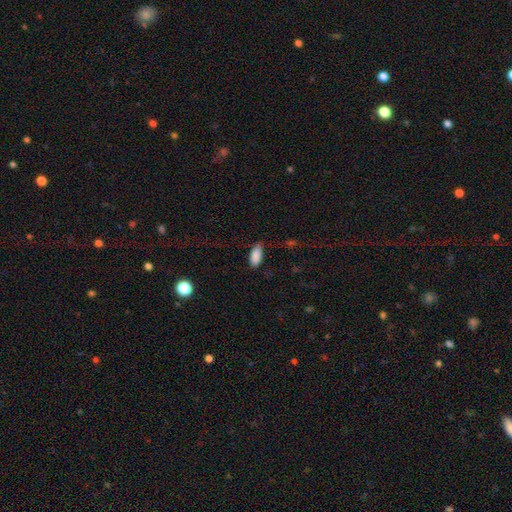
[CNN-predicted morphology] The model was most divided on "merging": none: 76%, minor disturbance: 19%, major disturbance: 4%, merger: 1%. More confident: smooth or featured — smooth (88%); how rounded — in between (83%).